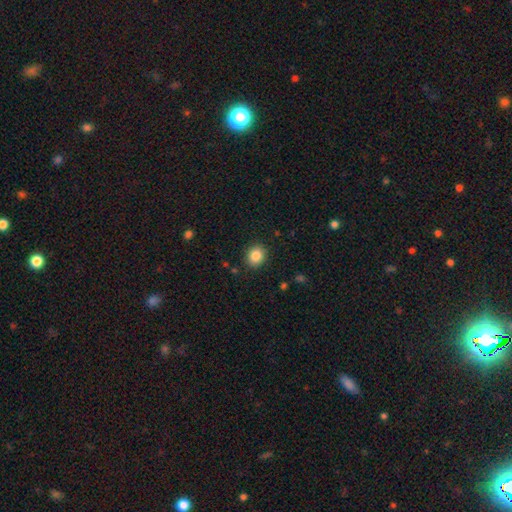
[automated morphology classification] A smooth galaxy with no disk features (86%) that is round (68%).

Vote fractions:
- Smooth or featured? smooth: 86% / star or artifact: 9% / featured or disk: 5%
- How rounded? round: 68% / in between: 31% / cigar-shaped: 1%
- Merging? none: 89% / minor disturbance: 8% / major disturbance: 2% / merger: 1%